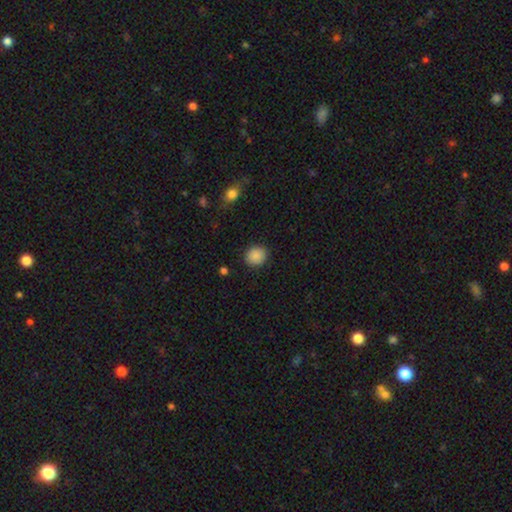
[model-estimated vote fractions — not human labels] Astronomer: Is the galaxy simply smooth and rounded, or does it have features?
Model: smooth — 88%.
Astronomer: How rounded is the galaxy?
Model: round — 78%.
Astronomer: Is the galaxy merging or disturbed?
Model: none — 89%.